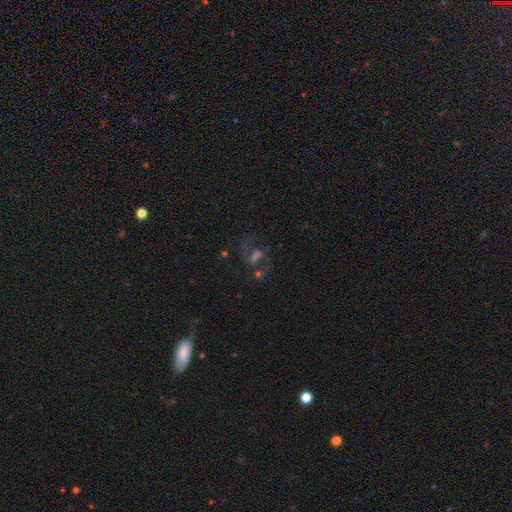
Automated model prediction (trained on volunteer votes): featured or disk 57%, star or artifact 24%, smooth 19%. Down the decision tree: edge-on disk — no (95%); bar — weak (47%); spiral arms — yes (78%); bulge size — moderate (36%); merging — none (56%).